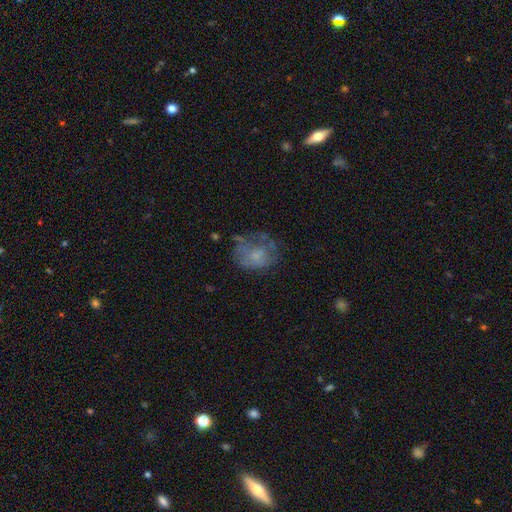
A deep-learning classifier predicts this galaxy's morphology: The model was most divided on "smooth or featured": smooth: 50%, featured or disk: 39%, star or artifact: 12%. Remaining: merging — none (49%).